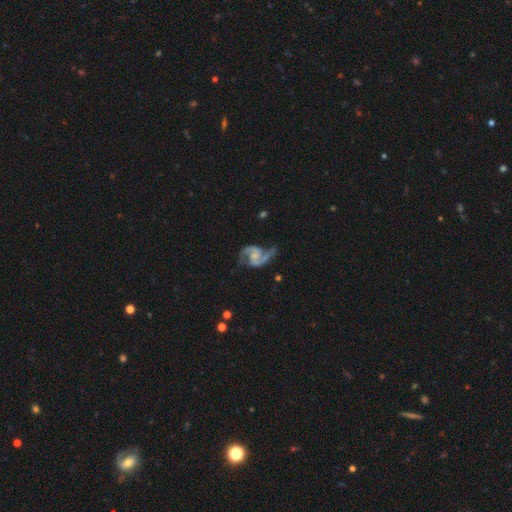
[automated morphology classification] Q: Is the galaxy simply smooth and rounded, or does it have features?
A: featured or disk — 90%.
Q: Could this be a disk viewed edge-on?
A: no — 98%.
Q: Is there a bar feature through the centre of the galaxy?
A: no — 49%.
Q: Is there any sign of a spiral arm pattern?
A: yes — 97%.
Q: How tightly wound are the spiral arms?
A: medium — 53%.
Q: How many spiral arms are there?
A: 2 — 93%.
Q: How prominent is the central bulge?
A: small — 47%.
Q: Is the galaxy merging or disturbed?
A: none — 65%.